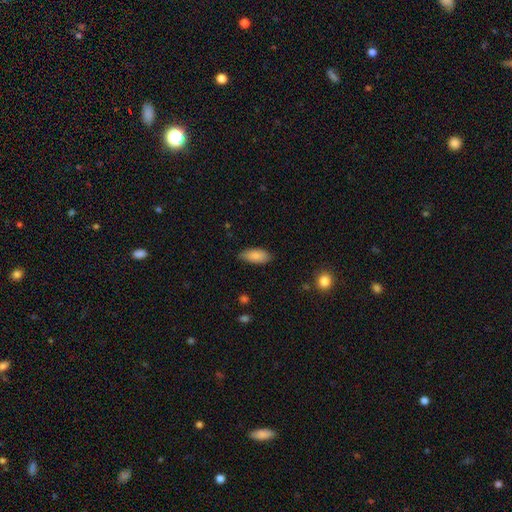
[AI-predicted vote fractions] Smooth or featured? Predicted: smooth (p=0.86). How rounded? Predicted: in between (p=0.89). Merging? Predicted: none (p=0.76).